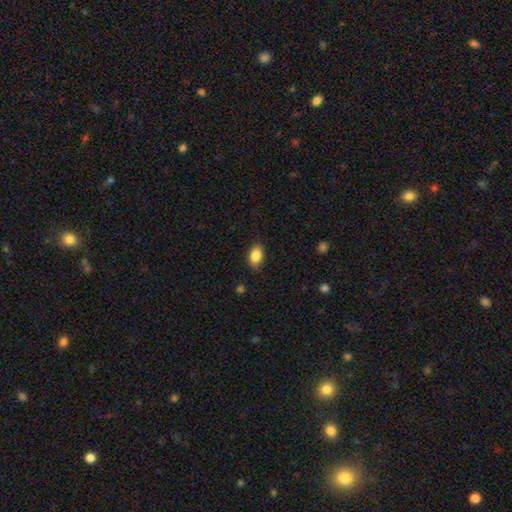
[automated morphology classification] Q: Smooth or featured?
A: smooth (87%); runner-up: star or artifact (8%)
Q: How rounded?
A: in between (86%); runner-up: round (12%)
Q: Merging?
A: none (81%); runner-up: minor disturbance (15%)